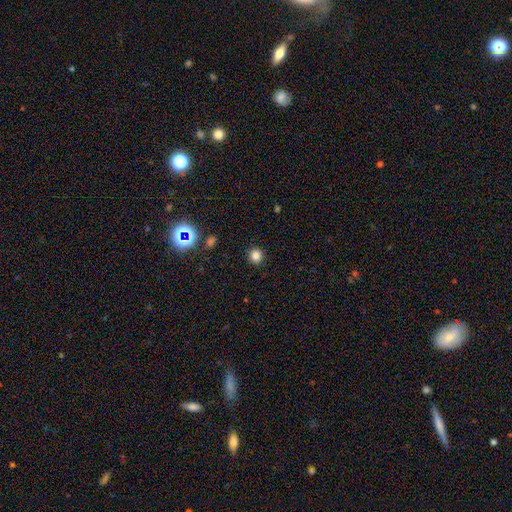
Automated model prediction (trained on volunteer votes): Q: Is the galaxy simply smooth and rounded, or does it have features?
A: smooth — 81%.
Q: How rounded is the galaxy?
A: round — 91%.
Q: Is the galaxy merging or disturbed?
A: none — 92%.